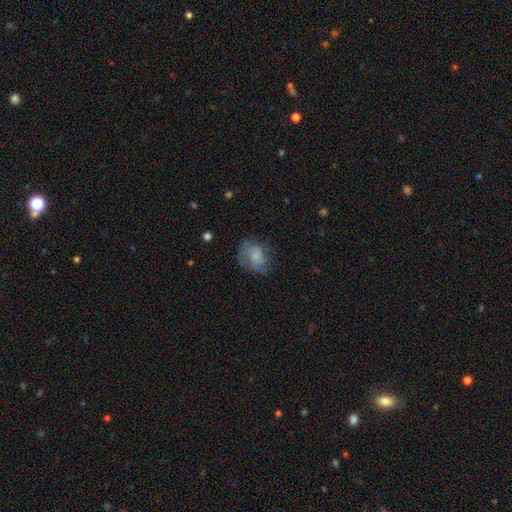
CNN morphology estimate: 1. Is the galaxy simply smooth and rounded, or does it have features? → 48% smooth, 43% featured or disk, 9% star or artifact.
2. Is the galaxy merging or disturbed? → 56% none, 25% minor disturbance, 17% major disturbance, 2% merger.